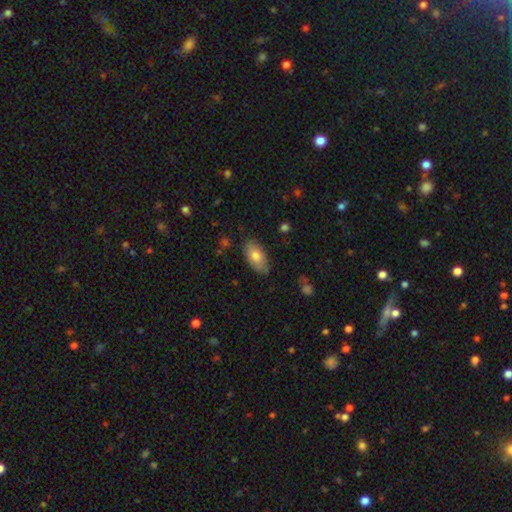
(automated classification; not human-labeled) A smooth galaxy with no disk features (77%) that is in between round and cigar-shaped (92%). Merging: none (79%).